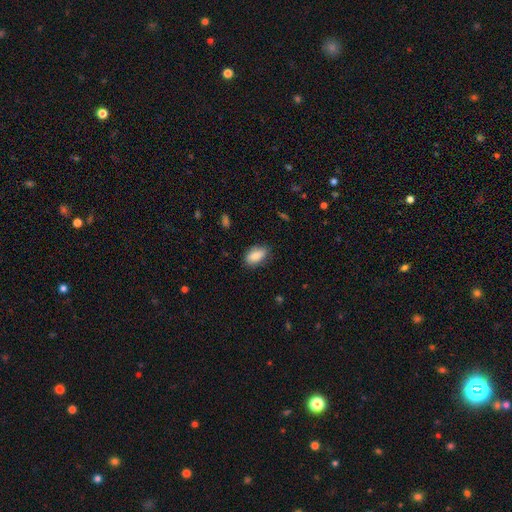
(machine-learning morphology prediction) smooth 86%, featured or disk 7%, star or artifact 7%. Down the decision tree: how rounded — in between (90%); merging — none (78%).